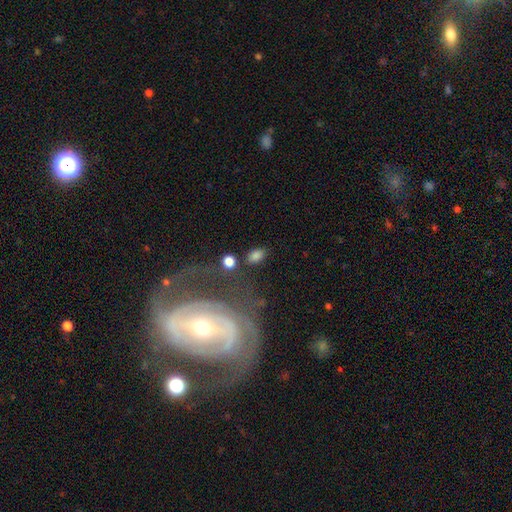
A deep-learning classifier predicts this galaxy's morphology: type=smooth (80%); roundness=in between (83%); merging=none (74%).